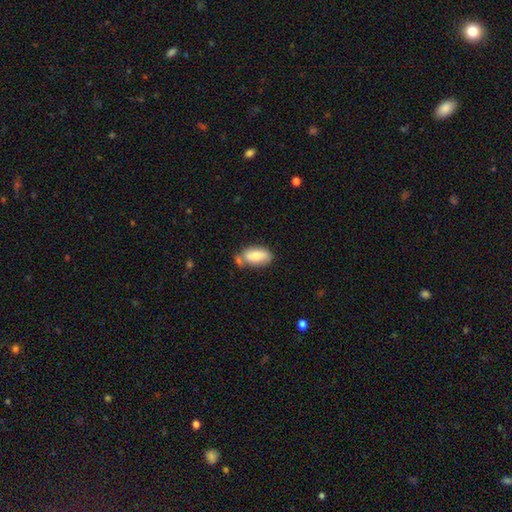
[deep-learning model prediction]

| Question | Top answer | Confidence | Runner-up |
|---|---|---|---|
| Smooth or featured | smooth | 78% | featured or disk (15%) |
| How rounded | in between | 91% | cigar-shaped (5%) |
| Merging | none | 57% | minor disturbance (21%) |